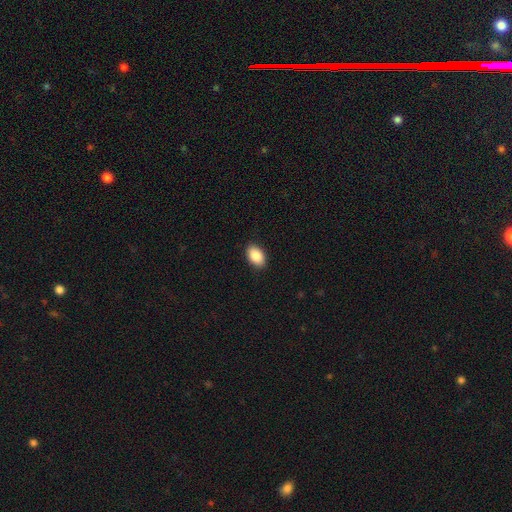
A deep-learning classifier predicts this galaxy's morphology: This appears to be a smooth galaxy with no disk features (89%) that is in between round and cigar-shaped (91%). Merging: none (90%).